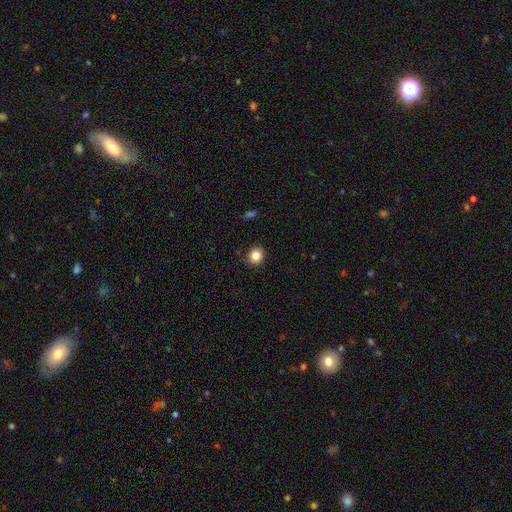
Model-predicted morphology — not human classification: The model was most divided on "how rounded": round: 85%, in between: 14%, cigar-shaped: 1%. More confident: merging — none (85%); smooth or featured — smooth (85%).